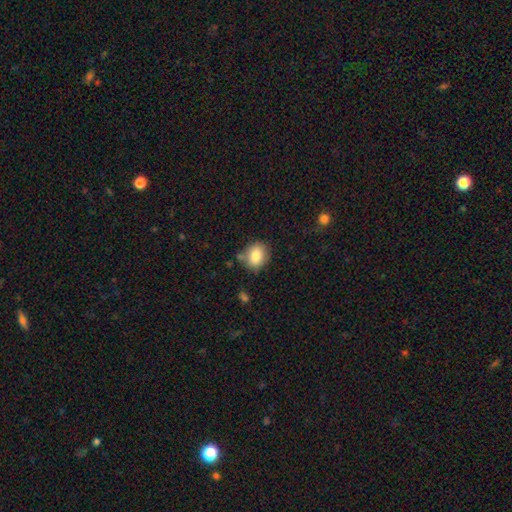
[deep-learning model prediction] smooth_or_featured: smooth (p=0.82) [alt: star or artifact p=0.09]
how_rounded: round (p=0.57) [alt: in between p=0.42]
merging: none (p=0.77) [alt: minor disturbance p=0.15]